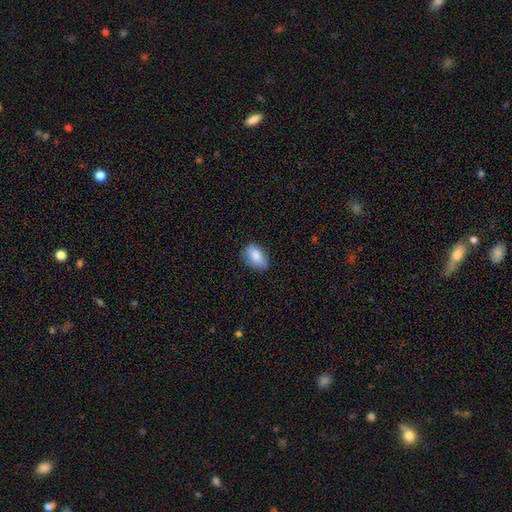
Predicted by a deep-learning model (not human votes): This is clearly a smooth galaxy (83%). How rounded: clearly in between (89%). Merging: likely none (76%).